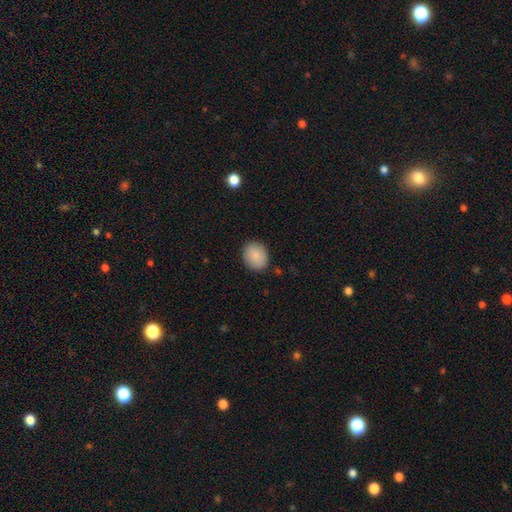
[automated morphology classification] Smooth or featured? smooth (87%)
How rounded? round (56%)
Merging? none (87%)